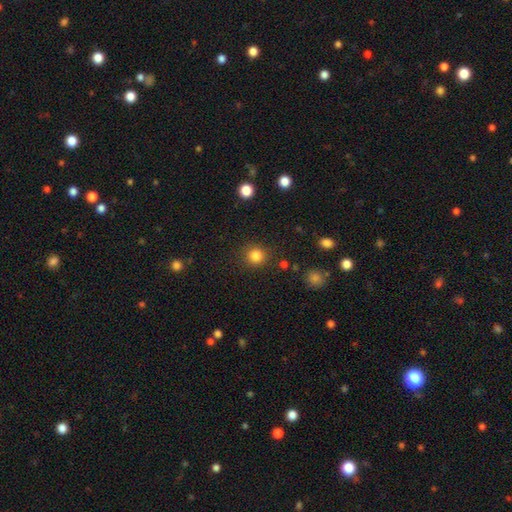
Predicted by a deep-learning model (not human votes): Smooth or featured? smooth (84%)
How rounded? round (92%)
Merging? none (88%)